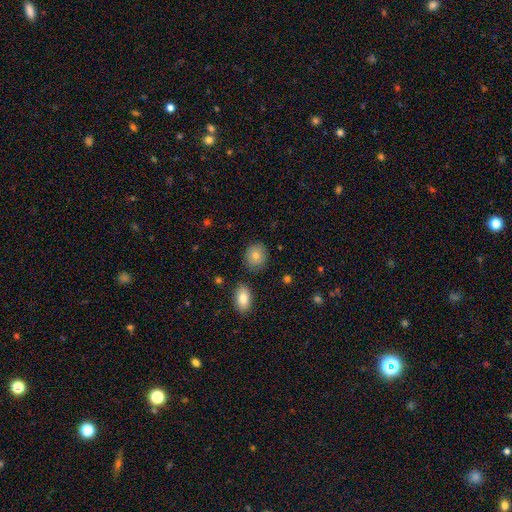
smooth-or-featured: smooth: 87% | featured or disk: 8% | star or artifact: 5%
  how-rounded: round: 70% | in between: 30% | cigar-shaped: 0%
  merging: none: 81% | minor disturbance: 14% | merger: 6% | major disturbance: 0%